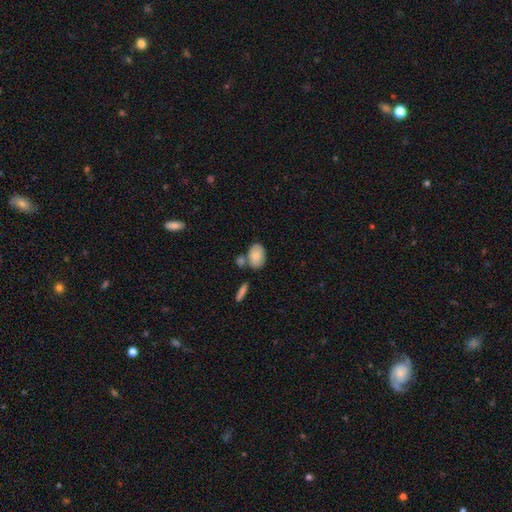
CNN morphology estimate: A smooth galaxy with no disk features (82%) that is in between round and cigar-shaped (87%).

Vote fractions:
- Smooth or featured? smooth: 82% / featured or disk: 12% / star or artifact: 6%
- How rounded? in between: 87% / round: 11% / cigar-shaped: 2%
- Merging? none: 61% / merger: 20% / minor disturbance: 15% / major disturbance: 4%